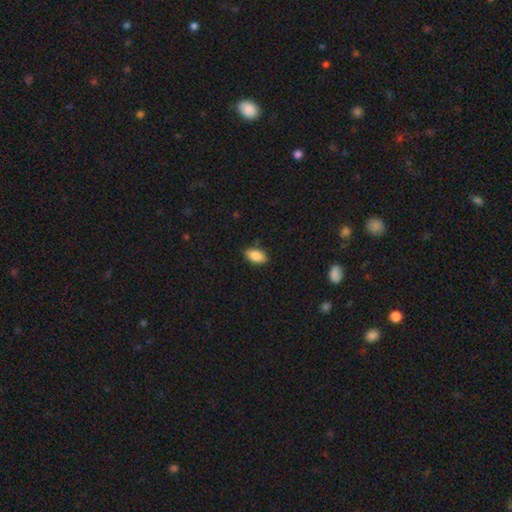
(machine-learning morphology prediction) A smooth galaxy with no disk features (87%) that is in between round and cigar-shaped (91%). Merging: none (84%).